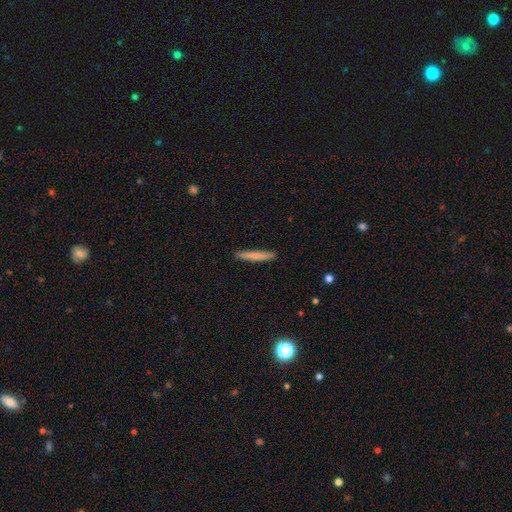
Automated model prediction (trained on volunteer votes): This appears to be a smooth galaxy with no disk features (77%) that is cigar-shaped (96%). Merging: none (90%).